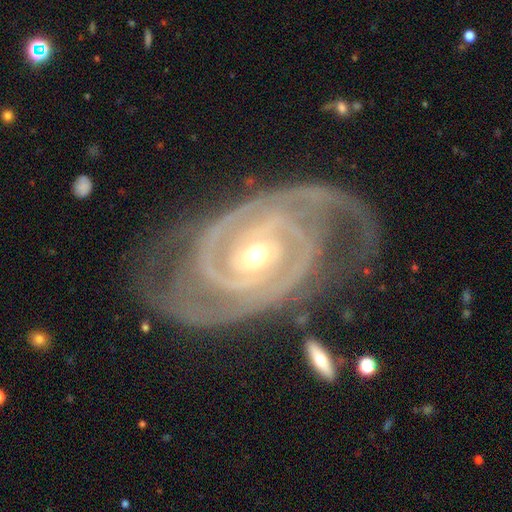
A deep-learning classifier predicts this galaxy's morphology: smooth_or_featured: featured or disk (p=0.92) [alt: star or artifact p=0.04]
disk_edge_on: no (p=0.97) [alt: yes p=0.03]
bar: no (p=0.54) [alt: weak p=0.29]
has_spiral_arms: yes (p=0.97) [alt: no p=0.03]
spiral_winding: tight (p=0.66) [alt: medium p=0.26]
spiral_arm_count: 2 (p=0.66) [alt: 3 p=0.10]
bulge_size: moderate (p=0.58) [alt: small p=0.37]
merging: none (p=0.56) [alt: minor disturbance p=0.21]